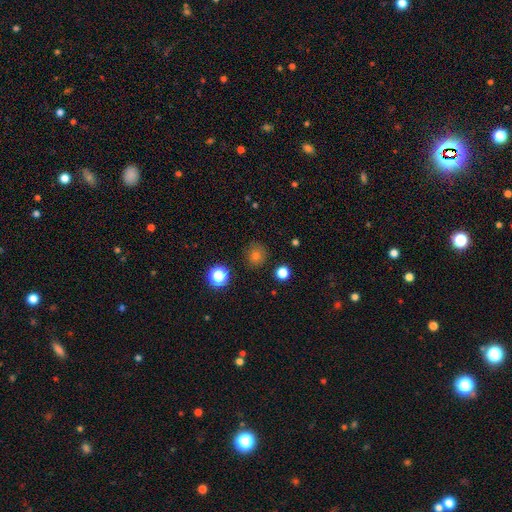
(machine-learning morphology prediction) type=smooth (70%); roundness=round (89%); merging=none (85%).